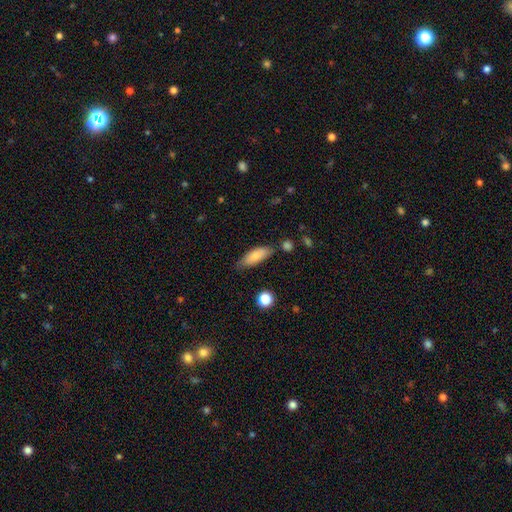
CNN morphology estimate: Smooth or featured?
  - smooth: 81% *
  - featured or disk: 12%
  - star or artifact: 7%
How rounded?
  - in between: 67% *
  - cigar-shaped: 31%
  - round: 2%
Merging?
  - none: 67% *
  - minor disturbance: 23%
  - merger: 5%
  - major disturbance: 5%